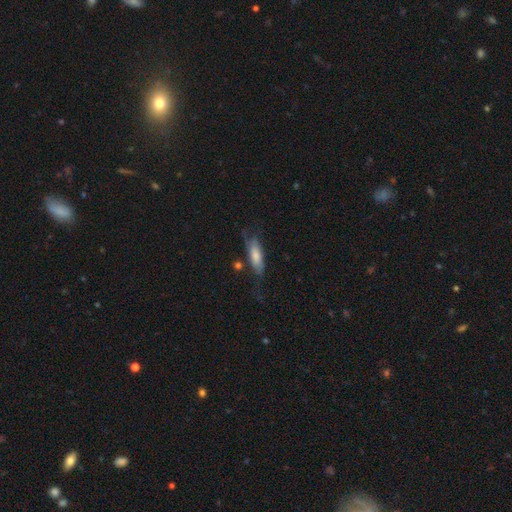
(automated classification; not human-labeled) Overall: smooth (61%; featured or disk 32%). How rounded: in between (61%; cigar-shaped 36%). Merging: none (50%; minor disturbance 26%).